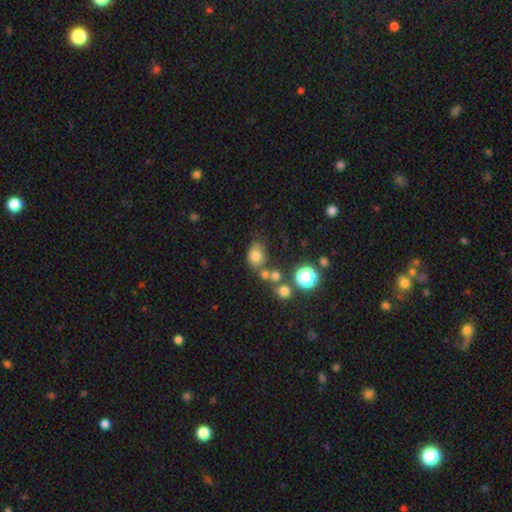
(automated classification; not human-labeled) Q: Smooth or featured?
A: smooth (72%); runner-up: star or artifact (16%)
Q: How rounded?
A: in between (60%); runner-up: round (39%)
Q: Merging?
A: none (53%); runner-up: merger (19%)